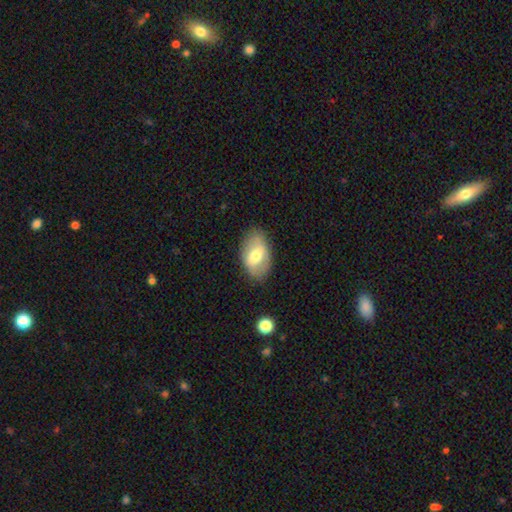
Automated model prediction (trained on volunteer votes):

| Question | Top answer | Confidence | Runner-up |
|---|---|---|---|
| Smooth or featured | smooth | 56% | featured or disk (37%) |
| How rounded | in between | 88% | round (10%) |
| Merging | none | 80% | minor disturbance (15%) |